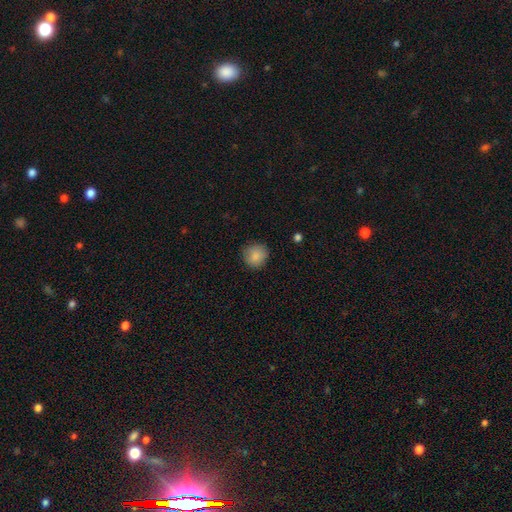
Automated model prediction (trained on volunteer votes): Smooth or featured: smooth — 86% (star or artifact — 8%)
How rounded: round — 90% (in between — 9%)
Merging: none — 85% (minor disturbance — 11%)